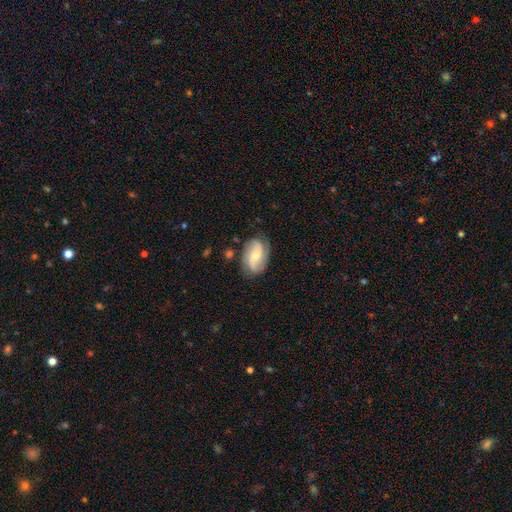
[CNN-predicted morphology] The model was most divided on "bulge size": small: 50%, moderate: 43%, none: 3%, large: 3%, dominant: 1%. Remaining: edge-on disk — no (96%); spiral arms — yes (93%); merging — none (72%); smooth or featured — featured or disk (70%); spiral arm count — 2 (62%); bar — no (49%); spiral winding — medium (42%).